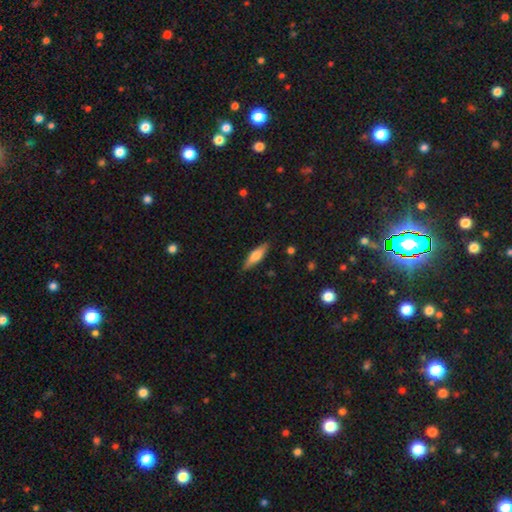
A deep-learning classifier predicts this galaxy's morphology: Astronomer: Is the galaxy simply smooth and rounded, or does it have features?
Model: smooth — 63%.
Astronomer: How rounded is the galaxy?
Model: cigar-shaped — 62%.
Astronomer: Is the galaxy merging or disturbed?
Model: none — 86%.